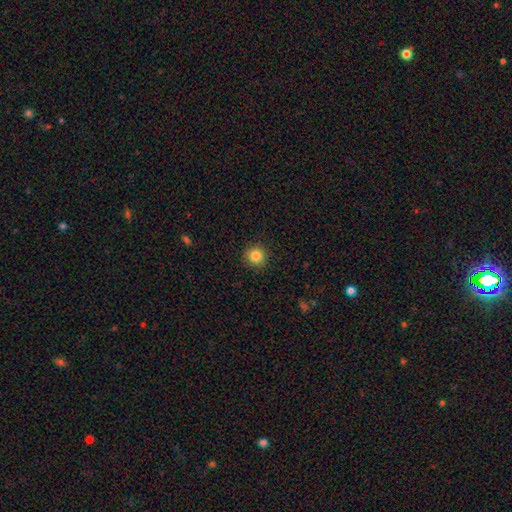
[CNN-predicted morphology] Smooth or featured?
  - smooth: 84% *
  - star or artifact: 11%
  - featured or disk: 5%
How rounded?
  - round: 94% *
  - in between: 5%
  - cigar-shaped: 1%
Merging?
  - none: 91% *
  - minor disturbance: 6%
  - major disturbance: 2%
  - merger: 1%